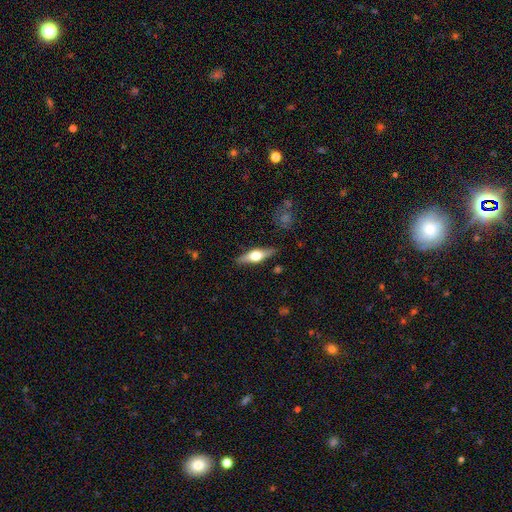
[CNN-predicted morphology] Smooth or featured: featured or disk — 61% (smooth — 33%)
Edge-on disk: yes — 95% (no — 5%)
Edge-on bulge: rounded — 95% (boxy — 4%)
Merging: none — 87% (minor disturbance — 10%)